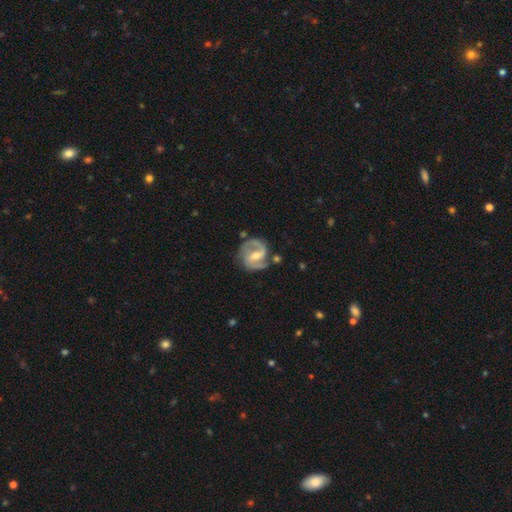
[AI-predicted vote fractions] smooth-or-featured: featured or disk: 89% | smooth: 6% | star or artifact: 4%
  disk-edge-on: no: 98% | yes: 2%
    bar: weak: 49% | strong: 32% | no: 20%
    has-spiral-arms: yes: 97% | no: 3%
      spiral-winding: medium: 57% | tight: 29% | loose: 14%
      spiral-arm-count: 2: 90% | 3: 3% | can't tell: 3% | 1: 3% | 4: 1% | more than 4: 1%
    bulge-size: moderate: 57% | small: 38% | large: 2% | none: 2% | dominant: 1%
  merging: none: 72% | minor disturbance: 18% | major disturbance: 6% | merger: 4%